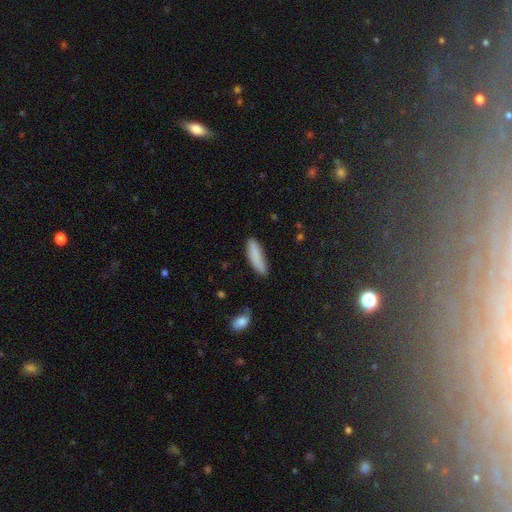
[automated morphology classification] Smooth or featured: smooth — 84% (featured or disk — 9%)
How rounded: cigar-shaped — 69% (in between — 29%)
Merging: none — 77% (minor disturbance — 18%)